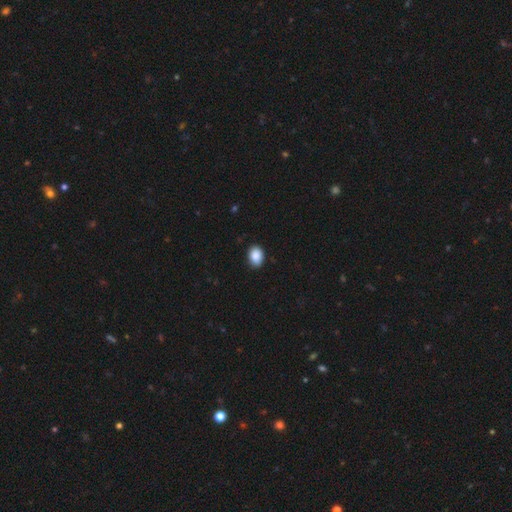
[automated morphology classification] Q: Smooth or featured?
A: smooth (89%); runner-up: star or artifact (8%)
Q: How rounded?
A: in between (73%); runner-up: round (26%)
Q: Merging?
A: none (86%); runner-up: minor disturbance (11%)